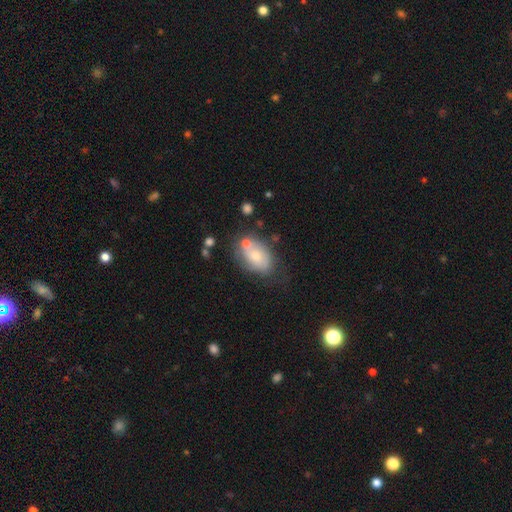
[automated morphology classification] smooth_or_featured: smooth (p=0.56) [alt: featured or disk p=0.37]
how_rounded: in between (p=0.83) [alt: round p=0.15]
merging: none (p=0.51) [alt: minor disturbance p=0.22]